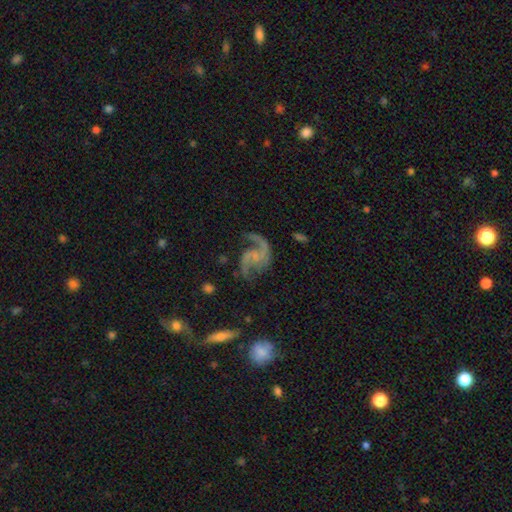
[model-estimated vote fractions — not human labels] smooth-or-featured: featured or disk: 90% | star or artifact: 5% | smooth: 5%
  disk-edge-on: no: 98% | yes: 2%
    bar: no: 62% | weak: 30% | strong: 7%
    has-spiral-arms: yes: 97% | no: 3%
      spiral-winding: loose: 50% | medium: 43% | tight: 8%
      spiral-arm-count: 2: 90% | 1: 4% | can't tell: 2% | 3: 2% | 4: 1% | more than 4: 1%
    bulge-size: small: 49% | none: 38% | moderate: 11% | large: 2% | dominant: 1%
  merging: none: 65% | minor disturbance: 18% | major disturbance: 15% | merger: 3%